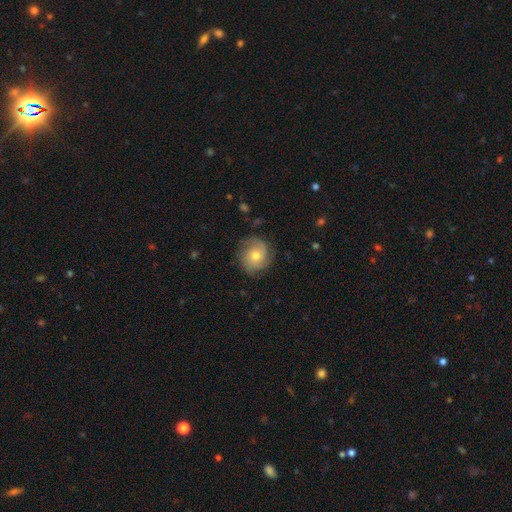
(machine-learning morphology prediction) smooth-or-featured: featured or disk: 49% | smooth: 42% | star or artifact: 9%
  merging: none: 77% | minor disturbance: 17% | major disturbance: 6% | merger: 1%